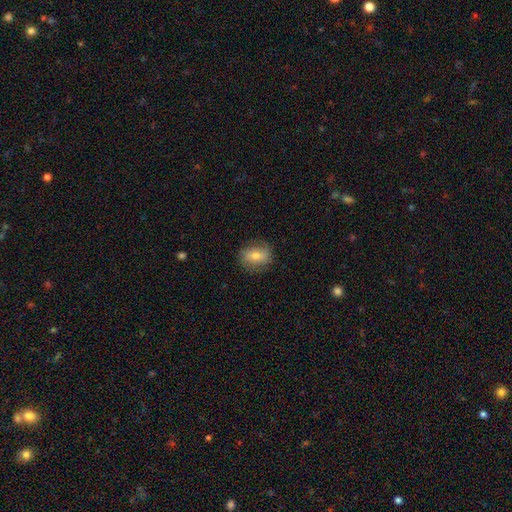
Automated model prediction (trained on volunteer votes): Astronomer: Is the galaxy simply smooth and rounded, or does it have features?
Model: smooth — 57% (runner-up: featured or disk, 35%).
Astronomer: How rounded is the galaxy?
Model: in between — 57% (runner-up: round, 41%).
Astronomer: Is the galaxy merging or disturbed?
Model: none — 79%.